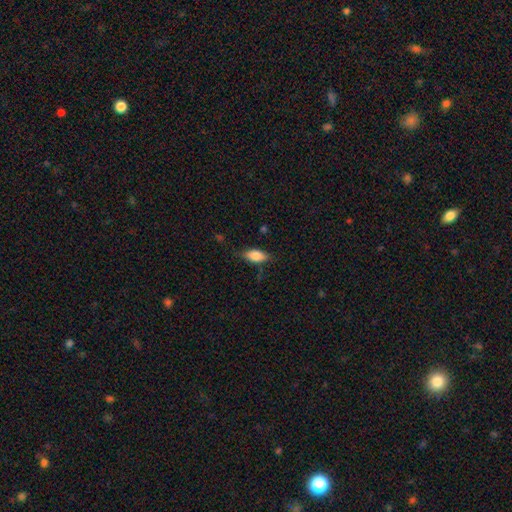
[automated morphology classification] type=smooth (80%); roundness=in between (86%); merging=none (75%).